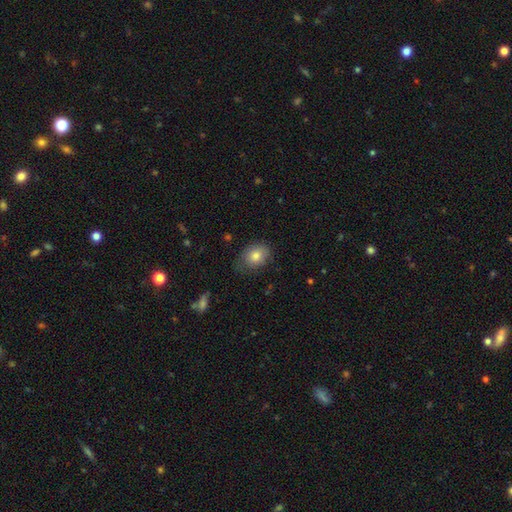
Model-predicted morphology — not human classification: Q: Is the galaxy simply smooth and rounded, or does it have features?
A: smooth — 81%.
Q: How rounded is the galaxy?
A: in between — 60%.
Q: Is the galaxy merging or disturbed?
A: none — 69%.